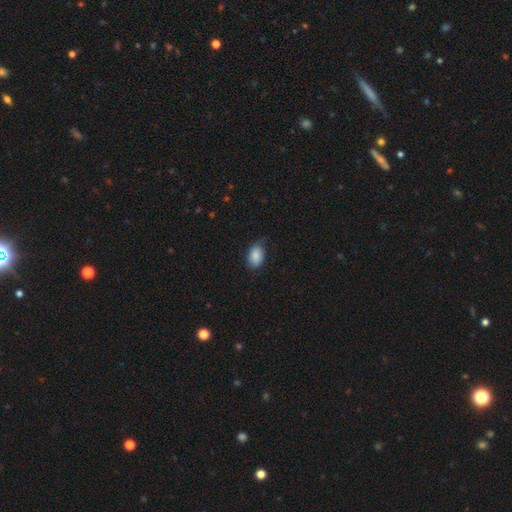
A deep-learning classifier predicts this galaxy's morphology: This appears to be a smooth galaxy with no disk features (86%) that is in between round and cigar-shaped (89%). Merging: none (71%).